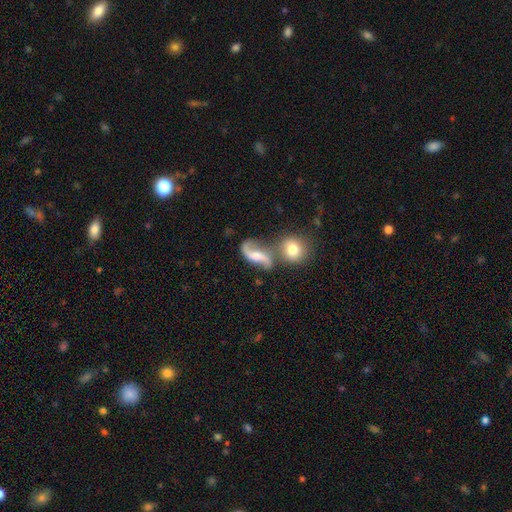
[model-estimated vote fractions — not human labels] smooth_or_featured: featured or disk (p=0.78) [alt: smooth p=0.14]
disk_edge_on: no (p=0.94) [alt: yes p=0.06]
bar: no (p=0.46) [alt: weak p=0.37]
has_spiral_arms: yes (p=0.93) [alt: no p=0.07]
spiral_winding: loose (p=0.83) [alt: medium p=0.14]
spiral_arm_count: 2 (p=0.91) [alt: 1 p=0.04]
bulge_size: moderate (p=0.51) [alt: small p=0.31]
merging: none (p=0.45) [alt: merger p=0.32]